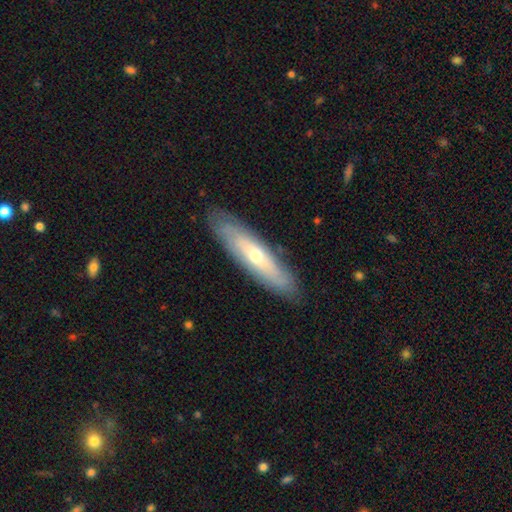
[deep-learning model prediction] A featured or disk galaxy (52%) with not edge-on (50%, tied with yes). Merging: none (85%).